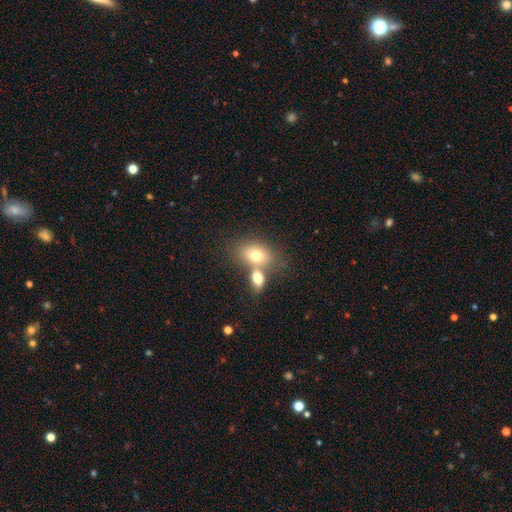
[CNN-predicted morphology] Smooth or featured?
  - smooth: 74% *
  - featured or disk: 17%
  - star or artifact: 9%
How rounded?
  - in between: 76% *
  - round: 22%
  - cigar-shaped: 2%
Merging?
  - merger: 53% *
  - none: 35%
  - minor disturbance: 8%
  - major disturbance: 4%